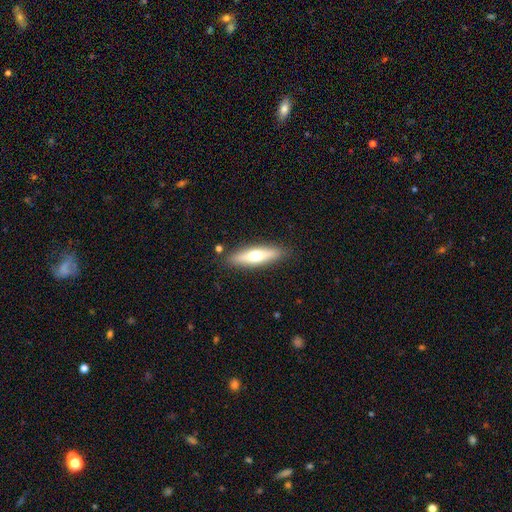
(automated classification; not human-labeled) Morphology: type=smooth (53%); roundness=cigar-shaped (69%); merging=none (87%).